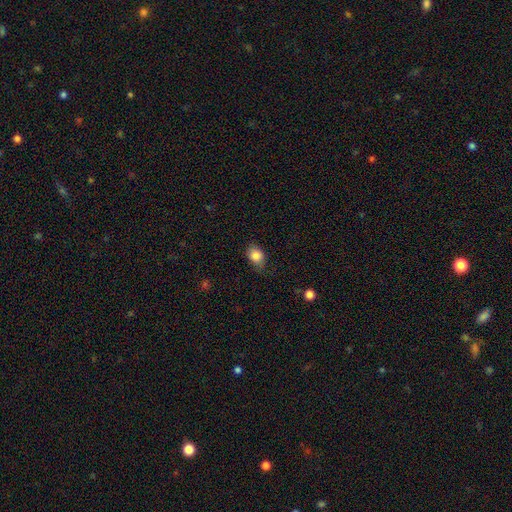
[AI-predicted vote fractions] Smooth or featured?
  - smooth: 85% *
  - star or artifact: 9%
  - featured or disk: 6%
How rounded?
  - in between: 66% *
  - round: 32%
  - cigar-shaped: 1%
Merging?
  - none: 70% *
  - minor disturbance: 24%
  - major disturbance: 5%
  - merger: 1%